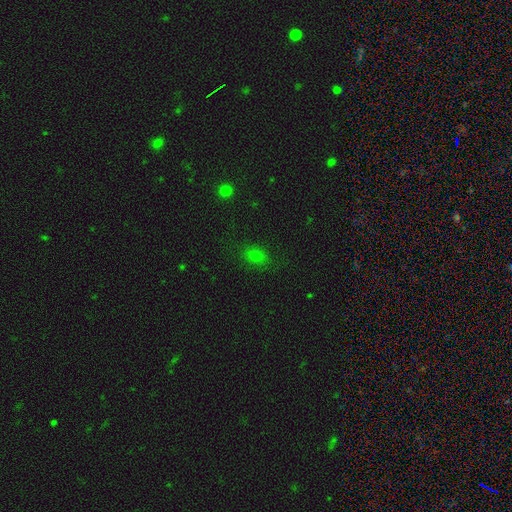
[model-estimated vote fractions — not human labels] Morphology: type=smooth (72%); roundness=in between (53%); merging=none (82%).